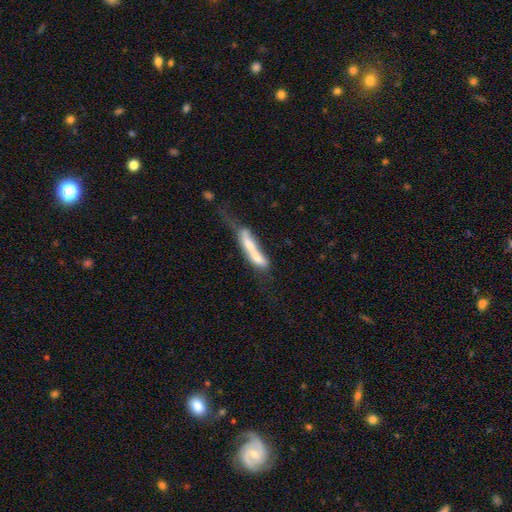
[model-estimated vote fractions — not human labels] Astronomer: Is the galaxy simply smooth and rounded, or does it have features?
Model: featured or disk — 47% (runner-up: smooth, 45%).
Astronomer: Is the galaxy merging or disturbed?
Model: merger — 43% (runner-up: none, 21%).